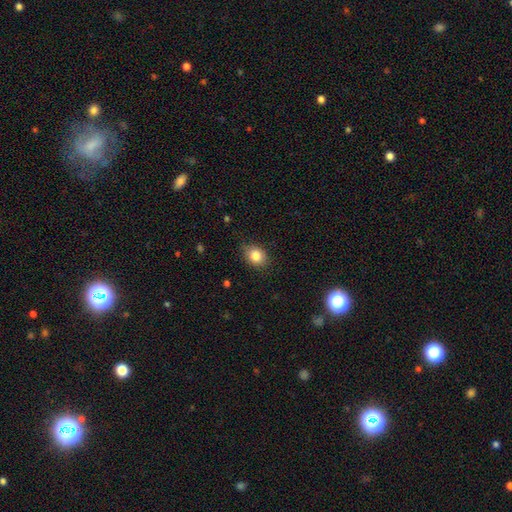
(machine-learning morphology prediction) smooth 84%, star or artifact 10%, featured or disk 7%. Down the decision tree: how rounded — round (55%); merging — none (77%).